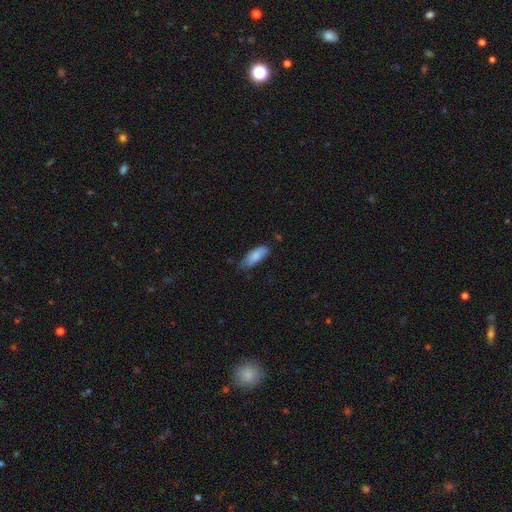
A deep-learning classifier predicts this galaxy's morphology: A smooth galaxy with no disk features (84%) that is in between round and cigar-shaped (74%).

Vote fractions:
- Smooth or featured? smooth: 84% / featured or disk: 10% / star or artifact: 6%
- How rounded? in between: 74% / cigar-shaped: 24% / round: 2%
- Merging? none: 62% / minor disturbance: 31% / major disturbance: 5% / merger: 2%